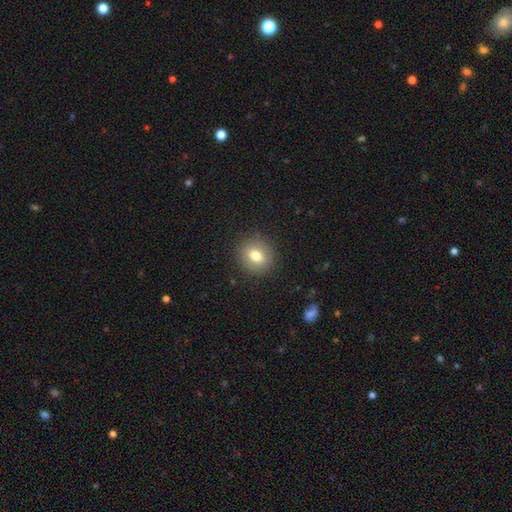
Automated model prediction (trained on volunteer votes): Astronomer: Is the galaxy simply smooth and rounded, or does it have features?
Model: smooth — 77%.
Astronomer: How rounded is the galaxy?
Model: round — 75%.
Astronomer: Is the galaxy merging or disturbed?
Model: none — 88%.